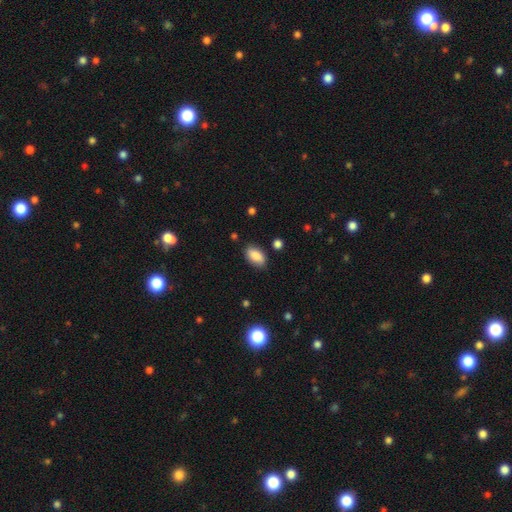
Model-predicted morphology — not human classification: Q: Smooth or featured?
A: smooth (85%); runner-up: star or artifact (7%)
Q: How rounded?
A: in between (92%); runner-up: round (5%)
Q: Merging?
A: none (84%); runner-up: minor disturbance (12%)